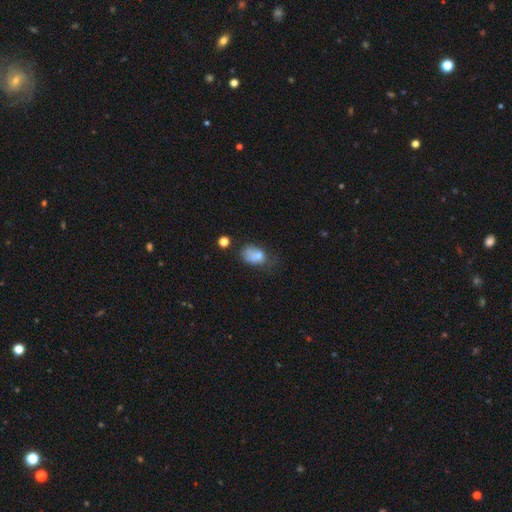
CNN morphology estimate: This is likely a smooth galaxy (72%). How rounded: likely in between (80%). Merging: marginally minor disturbance (31%).